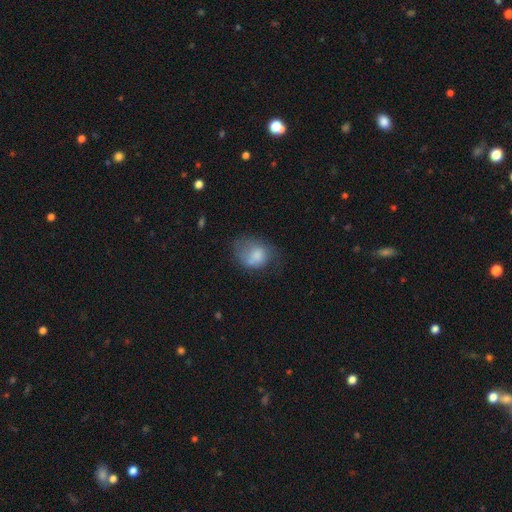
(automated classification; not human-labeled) Q: Smooth or featured?
A: smooth (68%); runner-up: featured or disk (23%)
Q: How rounded?
A: in between (57%); runner-up: round (42%)
Q: Merging?
A: major disturbance (35%); runner-up: none (31%)